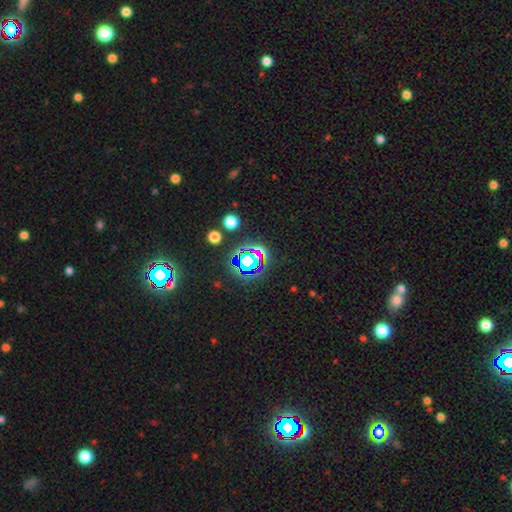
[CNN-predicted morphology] This is likely a star or artifact rather than a galaxy (68%).